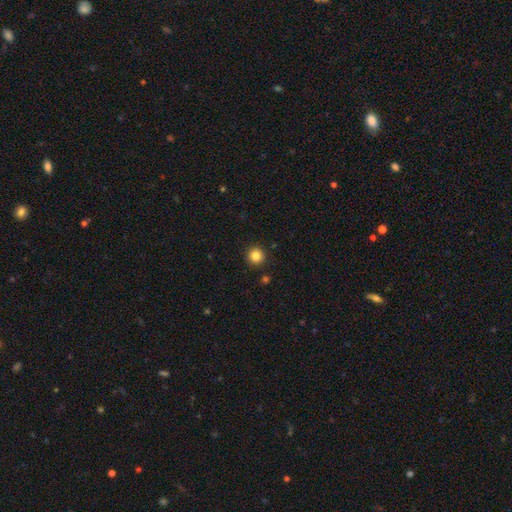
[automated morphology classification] smooth-or-featured: smooth: 84% | star or artifact: 11% | featured or disk: 4%
  how-rounded: round: 95% | in between: 4% | cigar-shaped: 1%
  merging: none: 92% | minor disturbance: 5% | major disturbance: 2% | merger: 1%